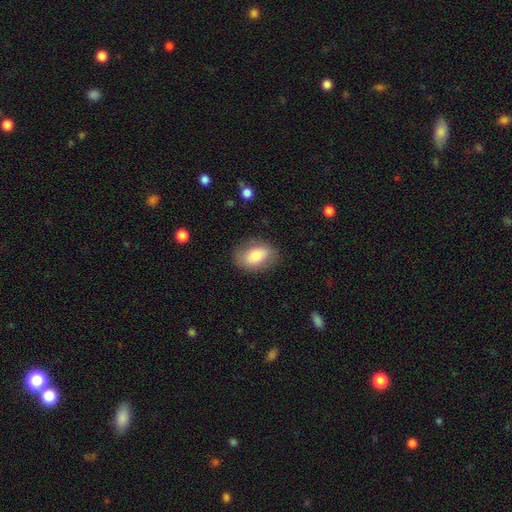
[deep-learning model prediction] Overall: smooth (76%). How rounded: in between (83%). Merging: none (79%).